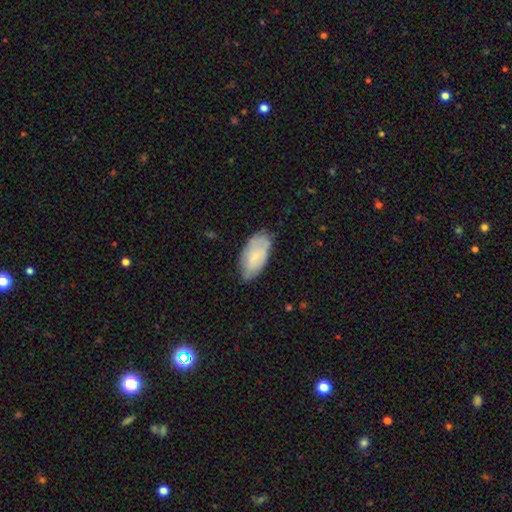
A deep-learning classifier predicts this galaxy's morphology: A smooth galaxy with no disk features (69%) that is in between round and cigar-shaped (94%). Merging: none (64%).